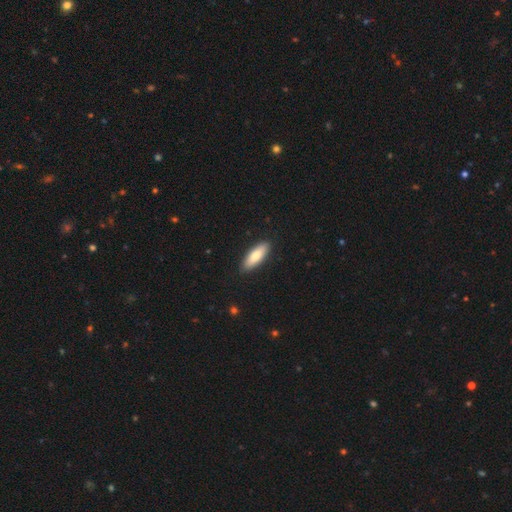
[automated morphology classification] A smooth galaxy with no disk features (77%) that is in between round and cigar-shaped (59%).

Vote fractions:
- Smooth or featured? smooth: 77% / featured or disk: 18% / star or artifact: 5%
- How rounded? in between: 59% / cigar-shaped: 39% / round: 2%
- Merging? none: 90% / minor disturbance: 8% / major disturbance: 2% / merger: 1%